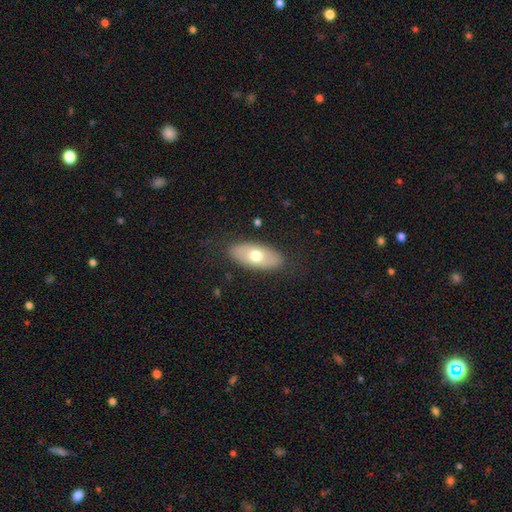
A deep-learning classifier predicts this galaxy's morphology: This is likely a smooth galaxy (65%). How rounded: clearly in between (88%). Merging: clearly none (84%).